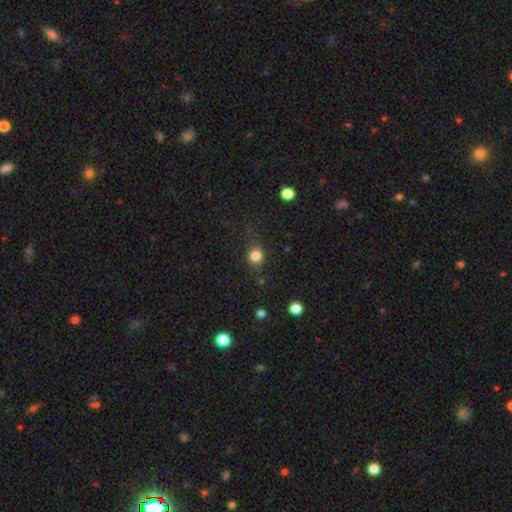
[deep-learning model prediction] smooth-or-featured: smooth: 82% | star or artifact: 12% | featured or disk: 6%
  how-rounded: round: 85% | in between: 14% | cigar-shaped: 1%
  merging: none: 75% | minor disturbance: 15% | major disturbance: 8% | merger: 2%